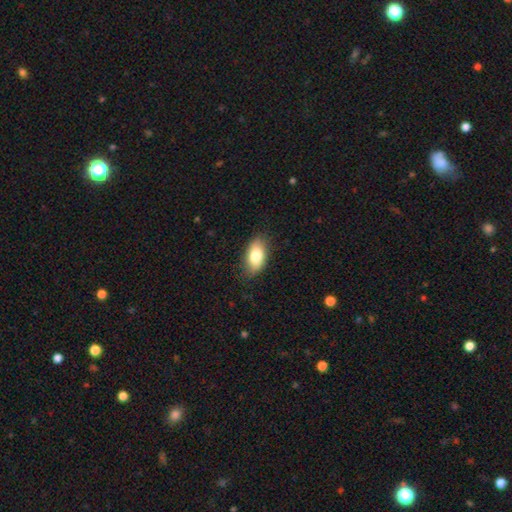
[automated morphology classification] This is clearly a smooth galaxy (82%). How rounded: clearly in between (92%). Merging: clearly none (82%).